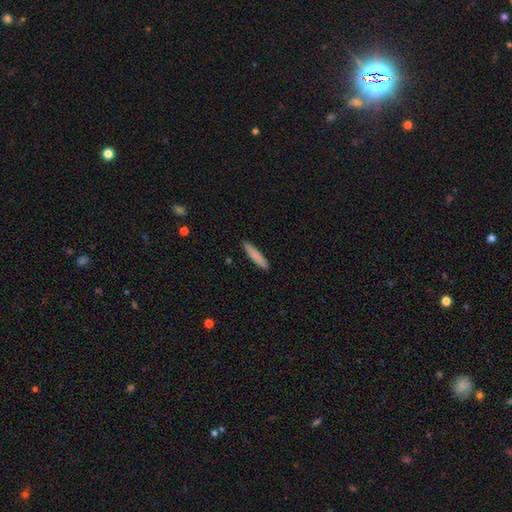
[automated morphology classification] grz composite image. It shows a smooth galaxy with no disk features (84%) that is cigar-shaped (89%). Merging: none (89%).